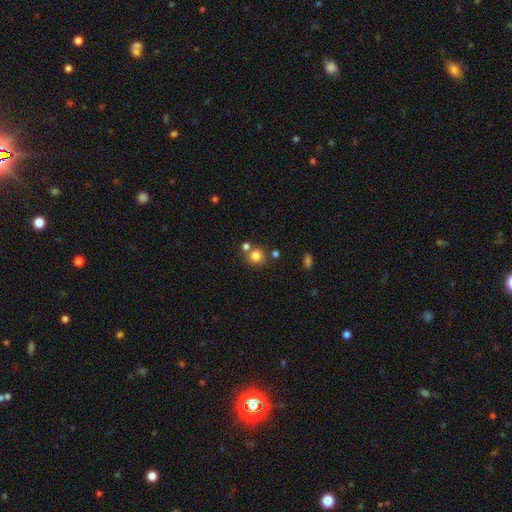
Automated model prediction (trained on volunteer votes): Smooth or featured? Predicted: smooth (p=0.80). How rounded? Predicted: round (p=0.89). Merging? Predicted: none (p=0.66).